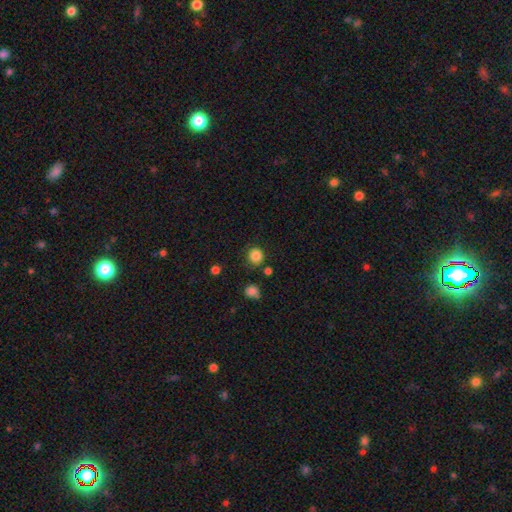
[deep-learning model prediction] Q: Smooth or featured?
A: smooth (85%); runner-up: star or artifact (11%)
Q: How rounded?
A: round (91%); runner-up: in between (8%)
Q: Merging?
A: none (81%); runner-up: minor disturbance (11%)